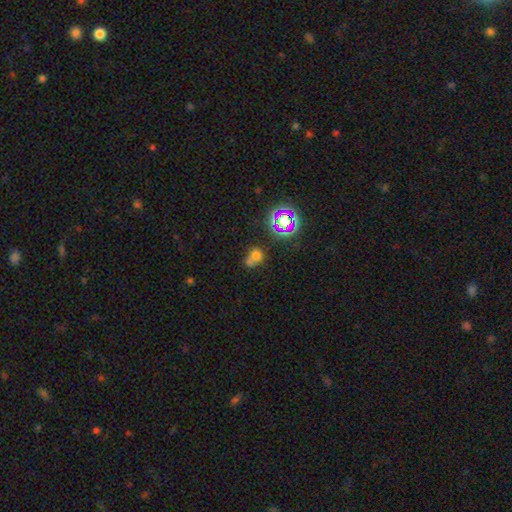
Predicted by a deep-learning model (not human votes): The model was most divided on "merging" (2-way tie): merger: 42%, none: 42%, minor disturbance: 11%, major disturbance: 5%. More confident: how rounded — round (73%); smooth or featured — smooth (61%).